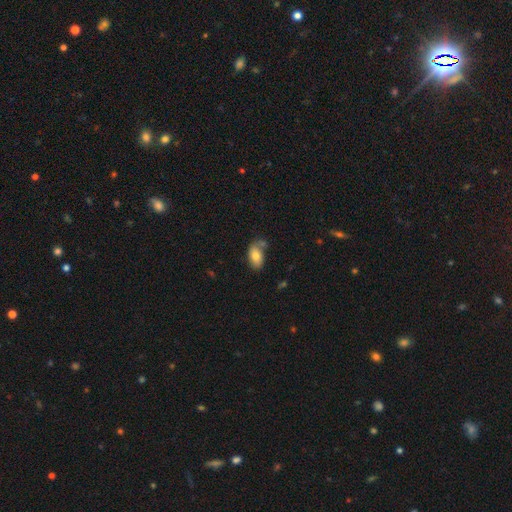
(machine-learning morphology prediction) smooth 78%, featured or disk 15%, star or artifact 8%. Down the decision tree: how rounded — in between (91%); merging — none (54%).